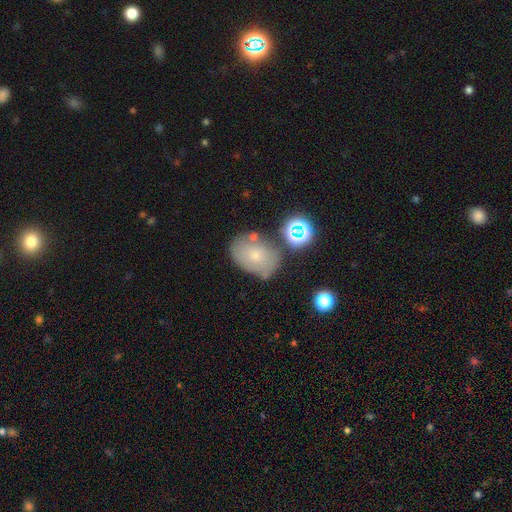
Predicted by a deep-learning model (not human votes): Smooth or featured?
  - smooth: 62% *
  - featured or disk: 24%
  - star or artifact: 13%
How rounded?
  - in between: 74% *
  - round: 25%
  - cigar-shaped: 1%
Merging?
  - none: 60% *
  - minor disturbance: 22%
  - merger: 11%
  - major disturbance: 7%